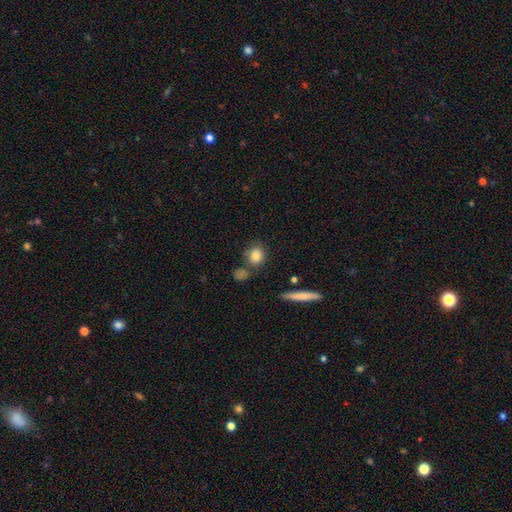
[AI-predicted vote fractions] Smooth or featured? smooth (84%)
How rounded? round (72%)
Merging? none (71%)